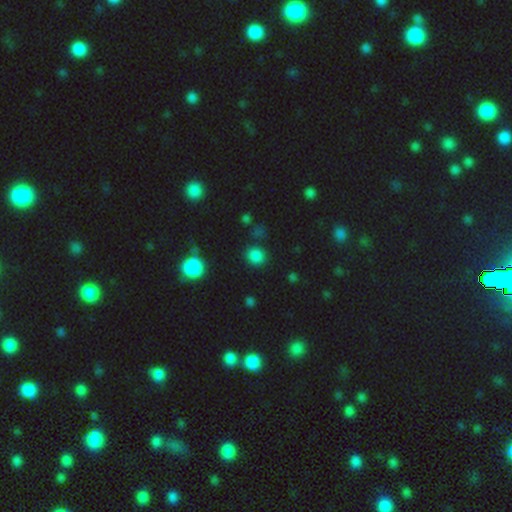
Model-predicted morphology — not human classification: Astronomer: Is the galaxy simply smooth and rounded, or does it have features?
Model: smooth — 80%.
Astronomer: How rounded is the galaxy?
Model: round — 83%.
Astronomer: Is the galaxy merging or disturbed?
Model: none — 84%.